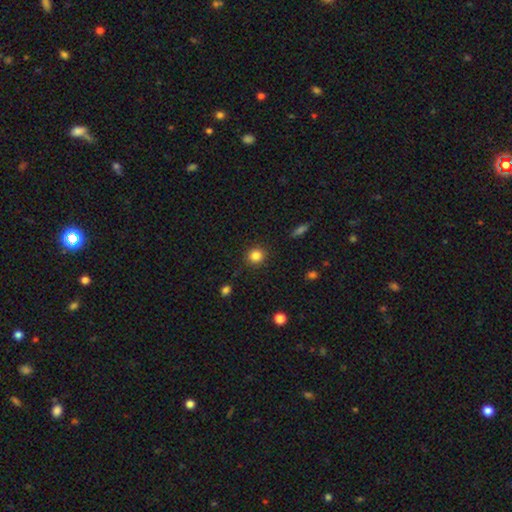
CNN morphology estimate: smooth-or-featured: smooth: 84% | star or artifact: 11% | featured or disk: 5%
  how-rounded: round: 90% | in between: 9% | cigar-shaped: 1%
  merging: none: 89% | minor disturbance: 7% | major disturbance: 2% | merger: 1%